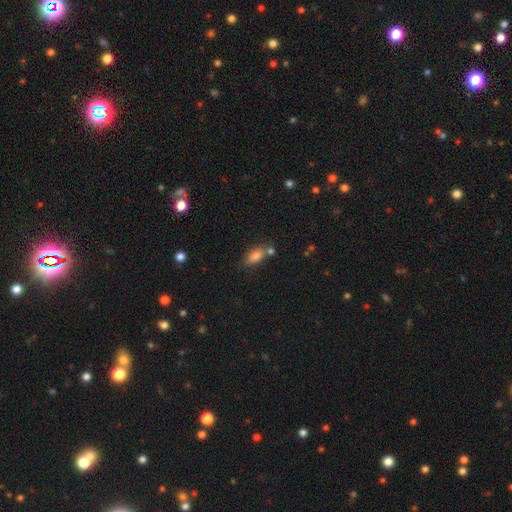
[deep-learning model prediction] smooth_or_featured: smooth (p=0.82) [alt: star or artifact p=0.09]
how_rounded: in between (p=0.87) [alt: cigar-shaped p=0.07]
merging: none (p=0.61) [alt: merger p=0.19]